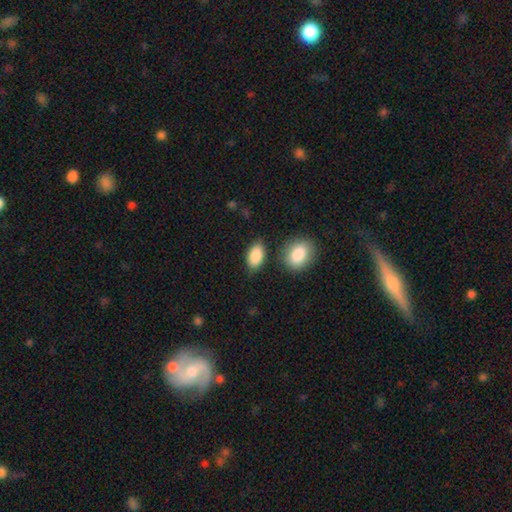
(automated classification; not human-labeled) Q: Smooth or featured?
A: smooth (90%); runner-up: star or artifact (6%)
Q: How rounded?
A: in between (93%); runner-up: round (5%)
Q: Merging?
A: none (78%); runner-up: minor disturbance (13%)